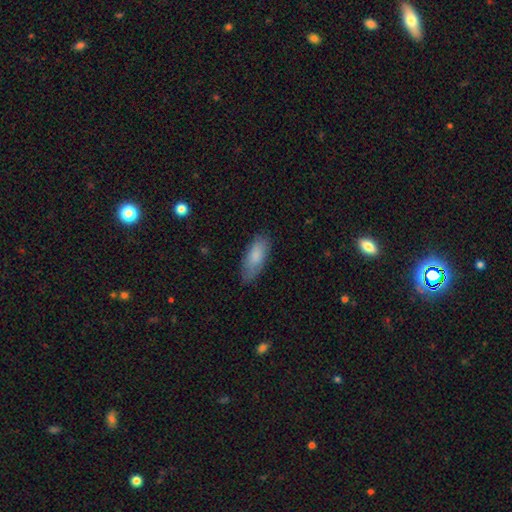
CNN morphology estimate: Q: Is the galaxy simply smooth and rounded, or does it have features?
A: smooth — 82%.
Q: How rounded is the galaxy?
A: in between — 77%.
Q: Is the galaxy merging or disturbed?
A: none — 77%.